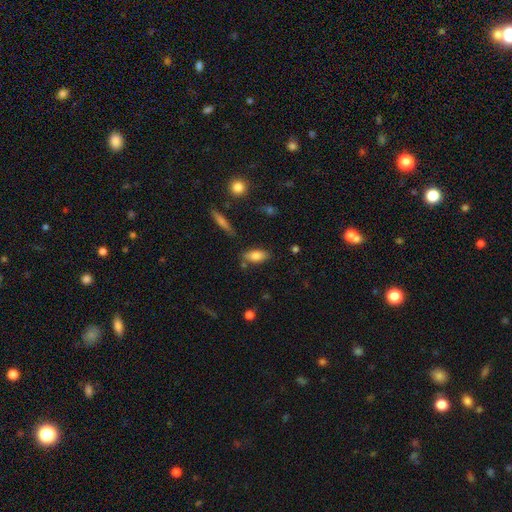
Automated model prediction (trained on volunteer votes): smooth_or_featured: smooth (p=0.79) [alt: featured or disk p=0.14]
how_rounded: in between (p=0.83) [alt: cigar-shaped p=0.14]
merging: none (p=0.77) [alt: minor disturbance p=0.14]